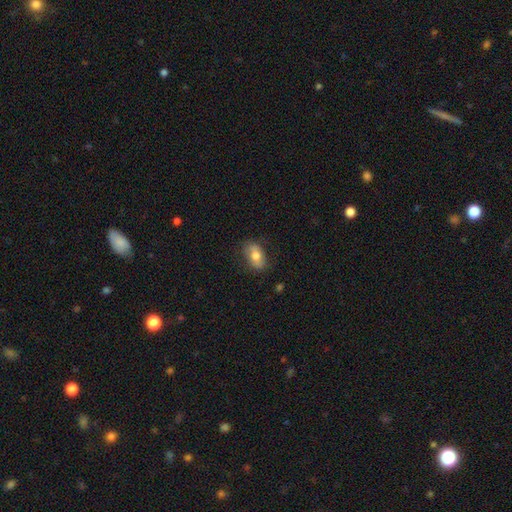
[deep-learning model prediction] Q: Smooth or featured?
A: smooth (68%); runner-up: featured or disk (24%)
Q: How rounded?
A: in between (88%); runner-up: round (10%)
Q: Merging?
A: none (78%); runner-up: minor disturbance (16%)